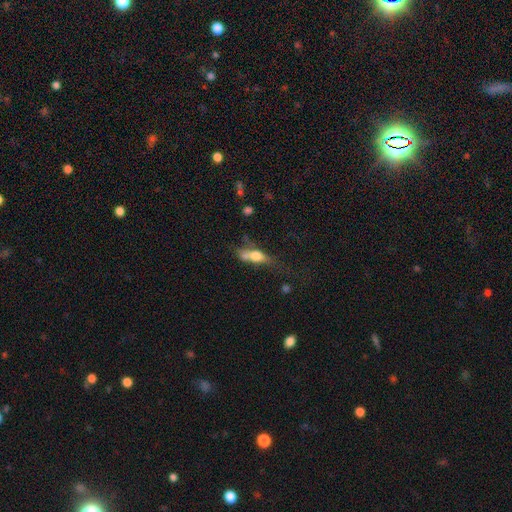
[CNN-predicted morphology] smooth_or_featured: smooth (p=0.58) [alt: featured or disk p=0.32]
how_rounded: in between (p=0.58) [alt: cigar-shaped p=0.35]
merging: none (p=0.31) [alt: major disturbance p=0.24]